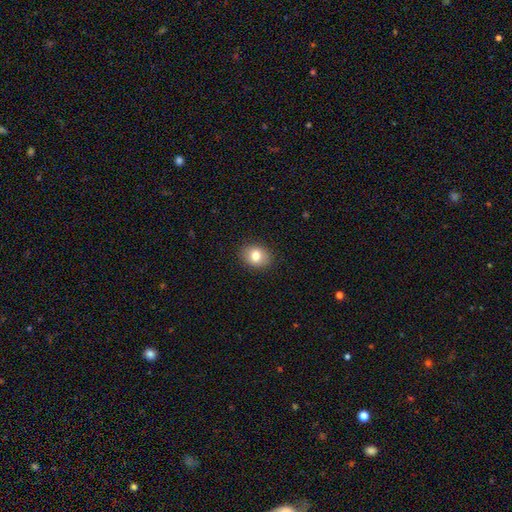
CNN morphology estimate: Q: Smooth or featured?
A: smooth (81%); runner-up: featured or disk (10%)
Q: How rounded?
A: in between (53%); runner-up: round (47%)
Q: Merging?
A: none (89%); runner-up: minor disturbance (8%)